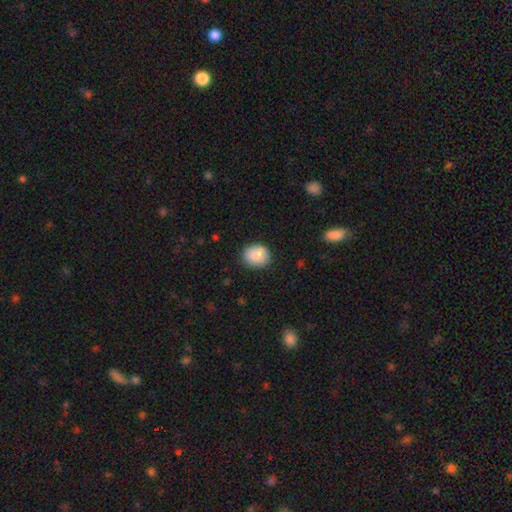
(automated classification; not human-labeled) Smooth or featured: smooth — 86% (star or artifact — 8%)
How rounded: round — 70% (in between — 29%)
Merging: none — 80% (minor disturbance — 14%)